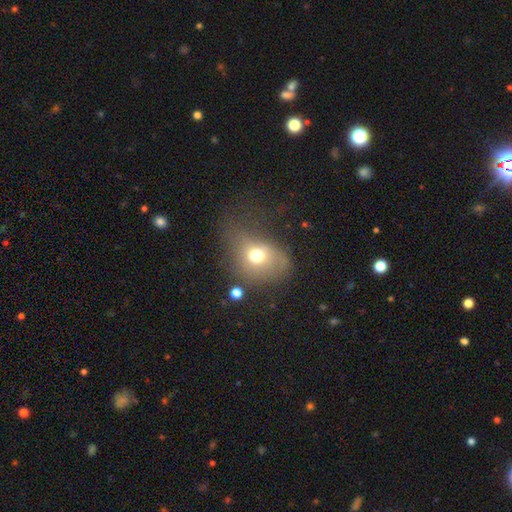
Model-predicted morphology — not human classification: Smooth or featured? smooth (64%)
How rounded? round (51%)
Merging? none (38%)